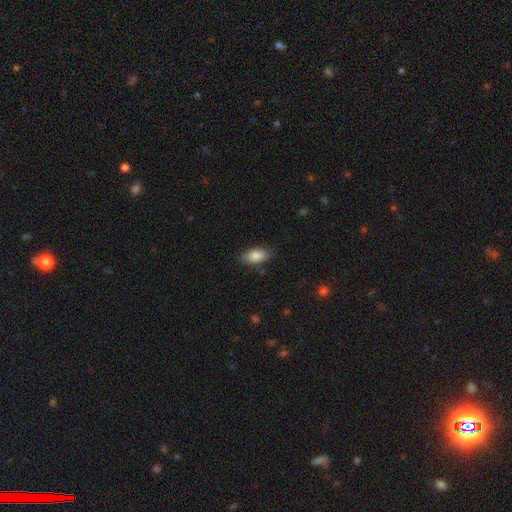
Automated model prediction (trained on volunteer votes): Smooth or featured: smooth — 85% (featured or disk — 8%)
How rounded: in between — 91% (cigar-shaped — 6%)
Merging: none — 84% (minor disturbance — 12%)